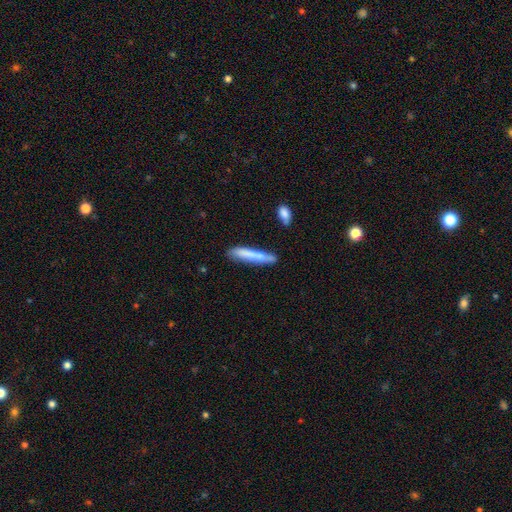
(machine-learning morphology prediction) A smooth galaxy with no disk features (72%) that is cigar-shaped (92%). Merging: none (72%).